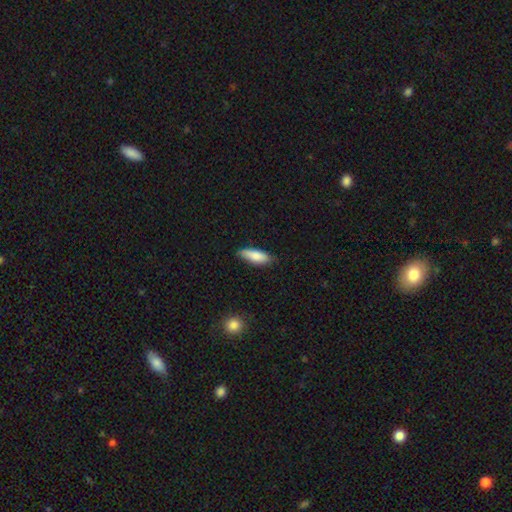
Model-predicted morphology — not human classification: Smooth or featured: smooth — 81% (featured or disk — 13%)
How rounded: in between — 63% (cigar-shaped — 35%)
Merging: none — 76% (minor disturbance — 20%)